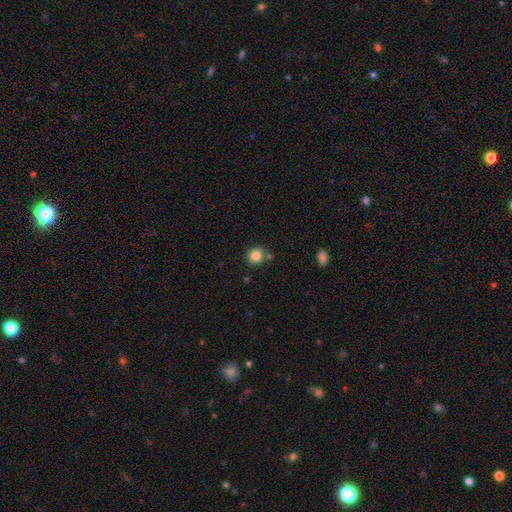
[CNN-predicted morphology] A smooth galaxy with no disk features (83%) that is round (84%).

Vote fractions:
- Smooth or featured? smooth: 83% / star or artifact: 11% / featured or disk: 6%
- How rounded? round: 84% / in between: 15% / cigar-shaped: 1%
- Merging? none: 77% / minor disturbance: 11% / merger: 9% / major disturbance: 3%